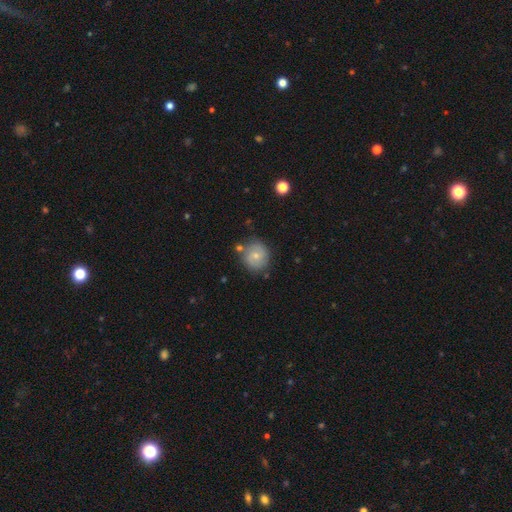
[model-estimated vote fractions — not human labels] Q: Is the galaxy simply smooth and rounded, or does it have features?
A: smooth — 55%.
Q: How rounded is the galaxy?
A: round — 86%.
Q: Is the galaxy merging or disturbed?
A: none — 74%.